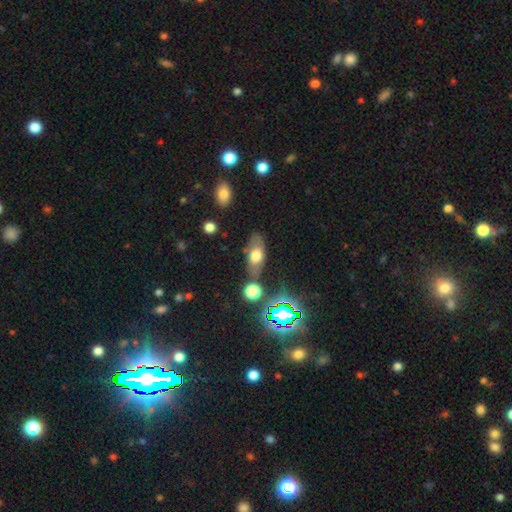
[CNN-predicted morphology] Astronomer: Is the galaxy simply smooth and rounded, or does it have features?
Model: smooth — 59%.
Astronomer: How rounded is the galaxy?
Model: in between — 82%.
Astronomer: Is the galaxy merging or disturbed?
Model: none — 69%.